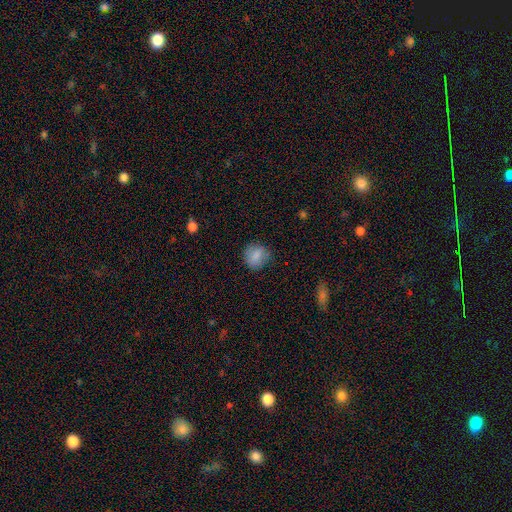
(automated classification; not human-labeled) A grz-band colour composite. It shows a smooth galaxy with no disk features (84%) that is round (75%). Merging: none (76%).